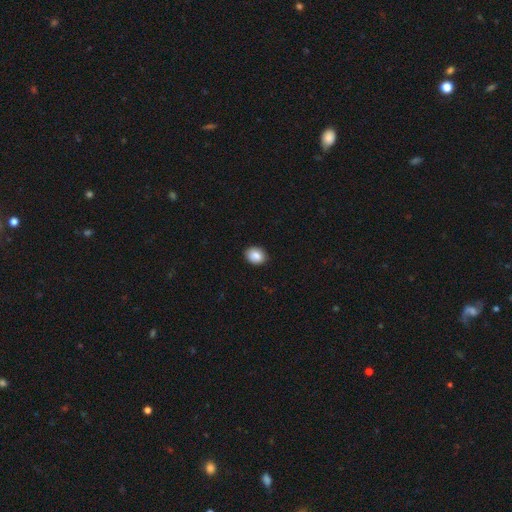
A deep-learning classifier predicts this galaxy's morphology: Smooth or featured? Predicted: smooth (p=0.87). How rounded? Predicted: in between (p=0.54). Merging? Predicted: none (p=0.89).